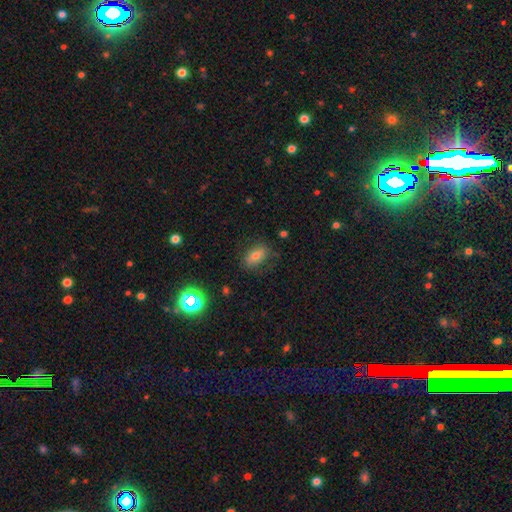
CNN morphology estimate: The model was most divided on "smooth or featured": smooth: 68%, featured or disk: 19%, star or artifact: 13%. More confident: how rounded — in between (85%); merging — none (76%).